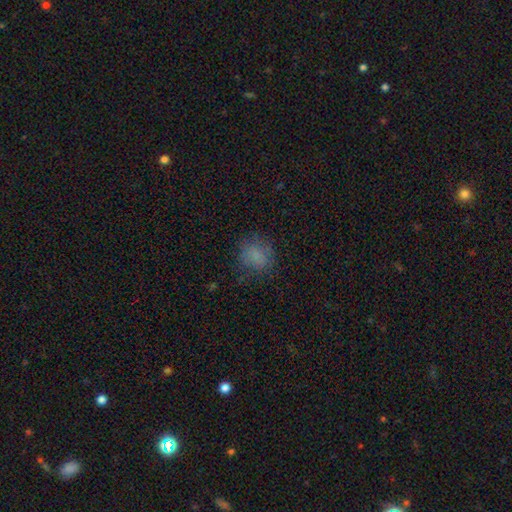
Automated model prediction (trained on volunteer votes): smooth_or_featured: smooth (p=0.77) [alt: star or artifact p=0.13]
how_rounded: round (p=0.70) [alt: in between p=0.29]
merging: none (p=0.74) [alt: minor disturbance p=0.17]